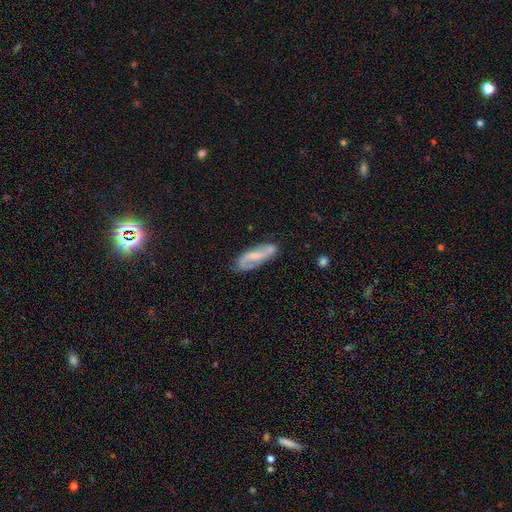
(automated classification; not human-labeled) The model was most divided on "spiral winding": loose: 44%, medium: 39%, tight: 17%. Remaining: spiral arms — yes (90%); edge-on disk — no (89%); spiral arm count — 2 (86%); merging — none (75%); smooth or featured — featured or disk (70%); bulge size — small (52%); bar — weak (43%).